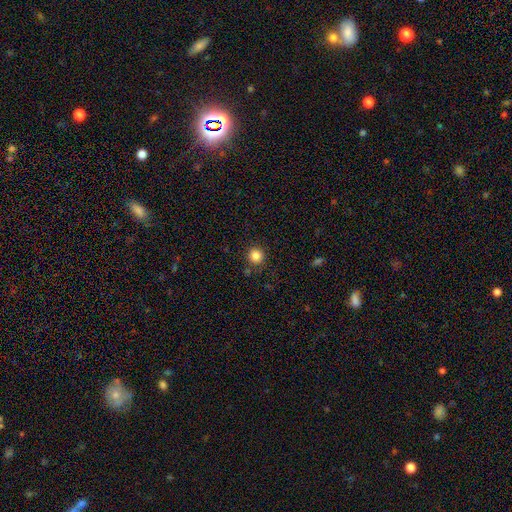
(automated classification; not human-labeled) Smooth or featured: smooth — 84% (star or artifact — 12%)
How rounded: round — 94% (in between — 5%)
Merging: none — 87% (minor disturbance — 8%)